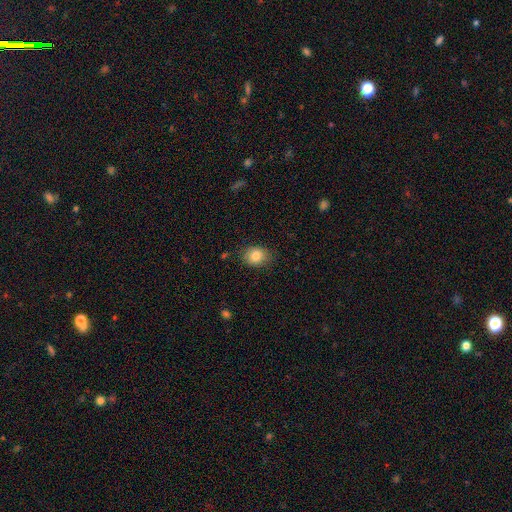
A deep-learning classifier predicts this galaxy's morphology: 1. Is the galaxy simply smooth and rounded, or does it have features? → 84% smooth, 9% star or artifact, 7% featured or disk.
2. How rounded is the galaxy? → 55% in between, 44% round, 1% cigar-shaped.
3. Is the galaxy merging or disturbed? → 83% none, 13% minor disturbance, 3% major disturbance, 1% merger.